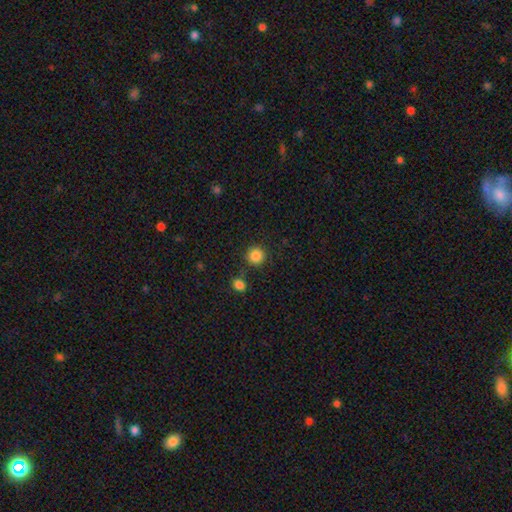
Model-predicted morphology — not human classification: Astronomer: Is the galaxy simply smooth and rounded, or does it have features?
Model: smooth — 86%.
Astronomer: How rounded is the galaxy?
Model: round — 93%.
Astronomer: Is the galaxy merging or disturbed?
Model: none — 85%.